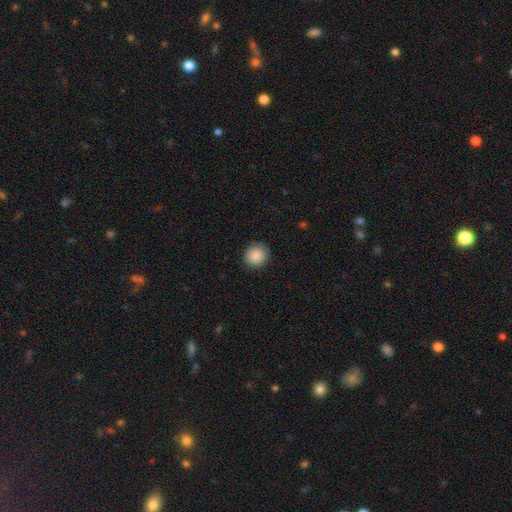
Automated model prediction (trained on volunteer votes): A smooth galaxy with no disk features (89%) that is round (89%).

Vote fractions:
- Smooth or featured? smooth: 89% / star or artifact: 8% / featured or disk: 4%
- How rounded? round: 89% / in between: 10% / cigar-shaped: 1%
- Merging? none: 88% / minor disturbance: 9% / major disturbance: 2% / merger: 1%